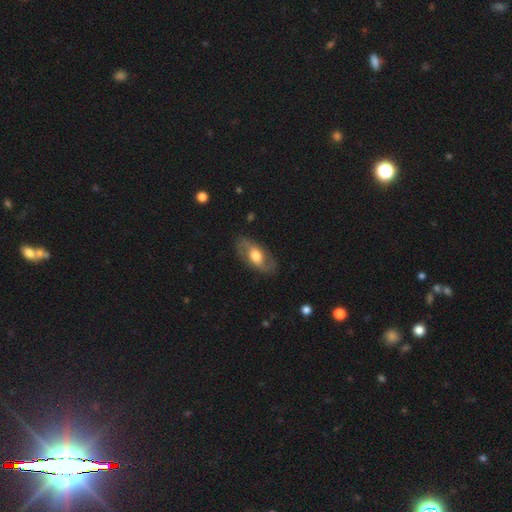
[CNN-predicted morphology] Overall: featured or disk (70%). Edge-on disk: no (92%). Bar: no (50%; weak 36%). Spiral arms: yes (80%). Spiral arm count: 2 (90%). Spiral winding: medium (45%; loose 37%). Bulge size: moderate (59%; large 31%). Merging: none (82%).